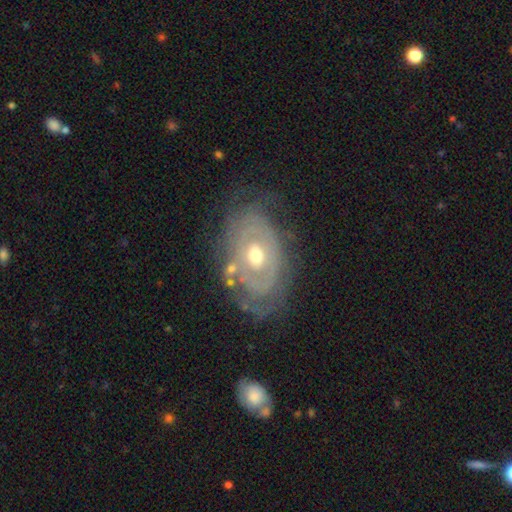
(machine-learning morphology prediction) Smooth or featured? Predicted: featured or disk (p=0.80). Edge-on disk? Predicted: no (p=0.95). Bar? Predicted: no (p=0.75). Spiral arms? Predicted: yes (p=0.66). Bulge size? Predicted: moderate (p=0.68). Merging? Predicted: none (p=0.68).